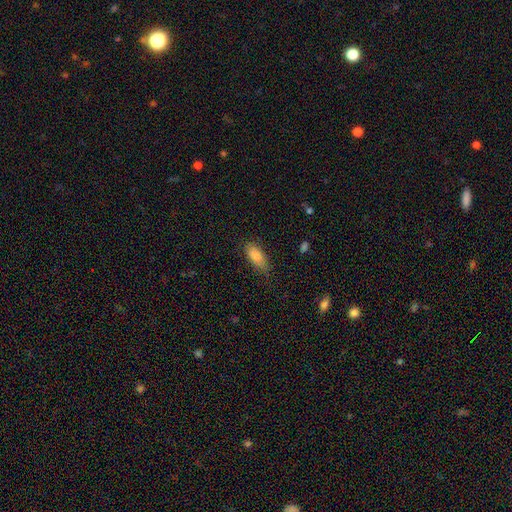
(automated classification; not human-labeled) Smooth or featured? smooth (85%)
How rounded? in between (83%)
Merging? none (69%)